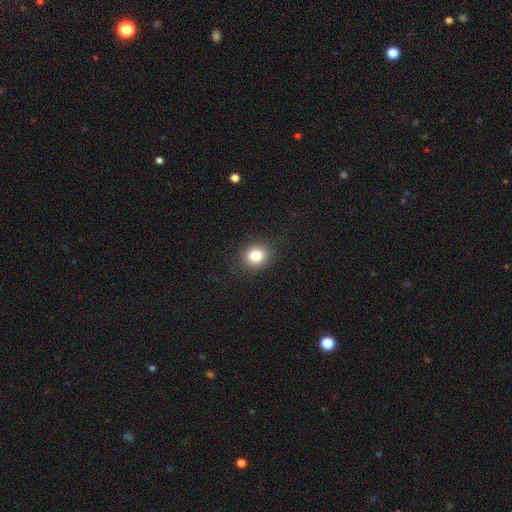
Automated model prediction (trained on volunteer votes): A smooth galaxy with no disk features (82%) that is round (73%).

Vote fractions:
- Smooth or featured? smooth: 82% / star or artifact: 11% / featured or disk: 7%
- How rounded? round: 73% / in between: 26% / cigar-shaped: 1%
- Merging? none: 89% / minor disturbance: 7% / major disturbance: 3% / merger: 1%